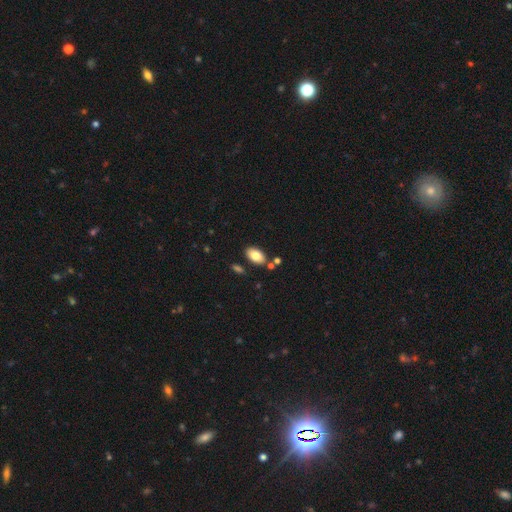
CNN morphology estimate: Smooth or featured?
  - smooth: 82% *
  - featured or disk: 11%
  - star or artifact: 7%
How rounded?
  - in between: 93% *
  - round: 5%
  - cigar-shaped: 2%
Merging?
  - none: 79% *
  - minor disturbance: 10%
  - merger: 8%
  - major disturbance: 3%